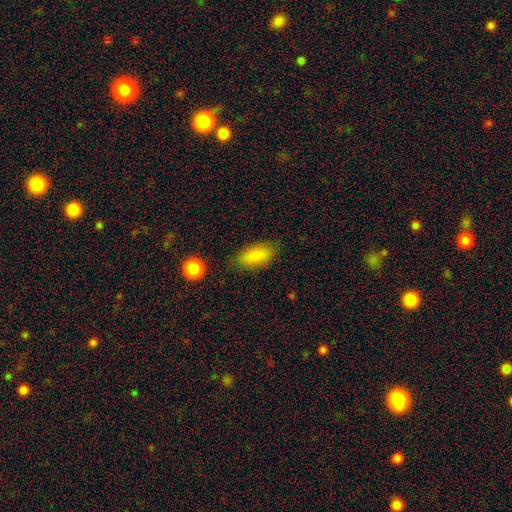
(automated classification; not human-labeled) Q: Smooth or featured?
A: smooth (85%); runner-up: star or artifact (7%)
Q: How rounded?
A: in between (88%); runner-up: cigar-shaped (8%)
Q: Merging?
A: none (82%); runner-up: minor disturbance (12%)